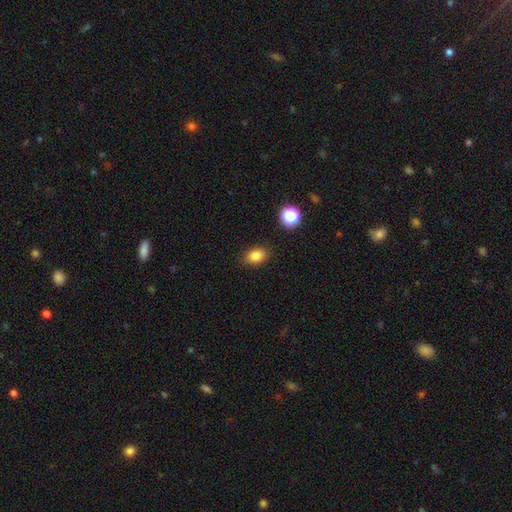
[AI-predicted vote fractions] Smooth or featured: smooth — 83% (star or artifact — 11%)
How rounded: in between — 71% (round — 28%)
Merging: none — 86% (minor disturbance — 10%)